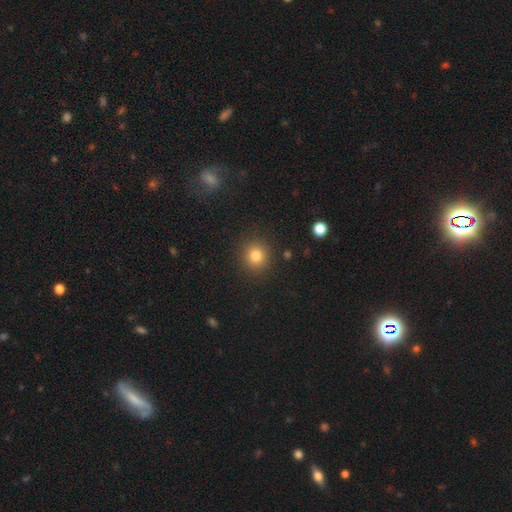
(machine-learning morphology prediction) Smooth or featured? smooth (81%)
How rounded? round (90%)
Merging? none (90%)